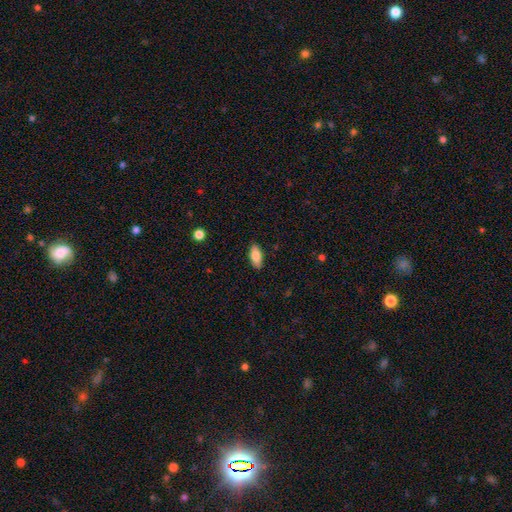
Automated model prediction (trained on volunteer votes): Overall: smooth (80%). How rounded: in between (85%). Merging: none (87%).